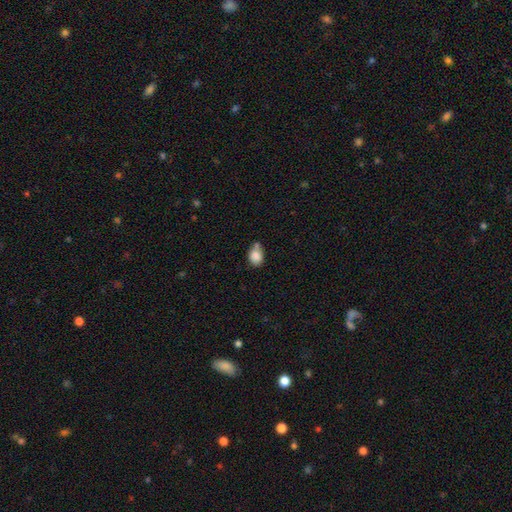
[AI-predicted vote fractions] Overall: smooth (85%). How rounded: in between (58%; round 41%). Merging: none (48%; minor disturbance 24%).